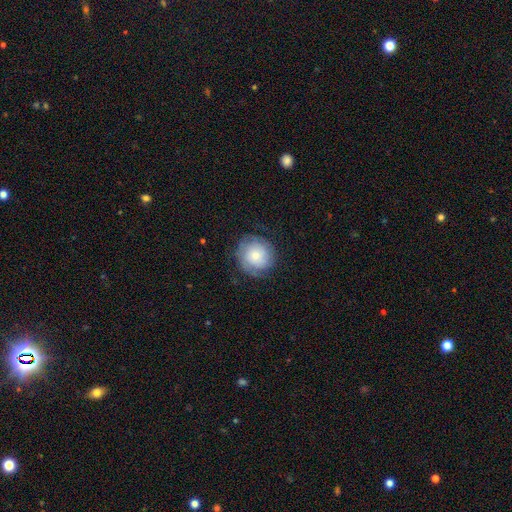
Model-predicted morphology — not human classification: Overall: smooth (60%; featured or disk 33%). How rounded: round (90%). Merging: none (73%).